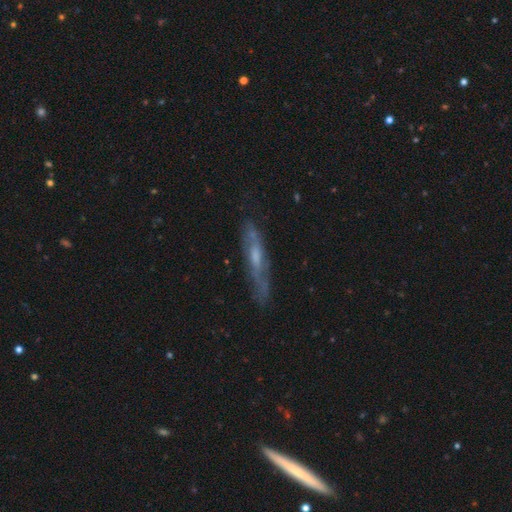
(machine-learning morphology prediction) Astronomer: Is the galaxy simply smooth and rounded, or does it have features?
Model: featured or disk — 64%.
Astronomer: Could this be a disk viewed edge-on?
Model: yes — 58% (runner-up: no, 42%).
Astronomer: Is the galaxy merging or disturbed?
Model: none — 70%.